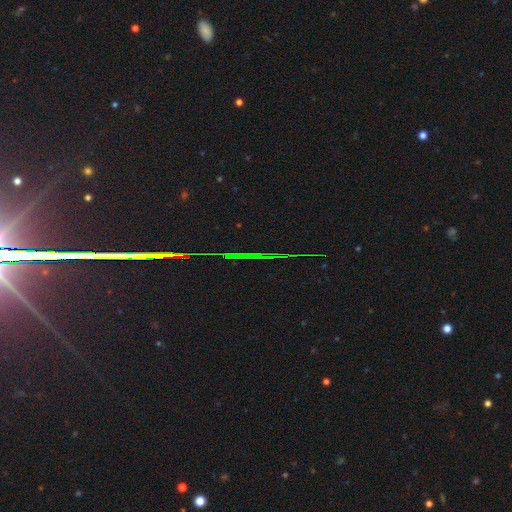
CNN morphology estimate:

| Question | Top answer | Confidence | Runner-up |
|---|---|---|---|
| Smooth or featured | star or artifact | 79% | featured or disk (11%) |